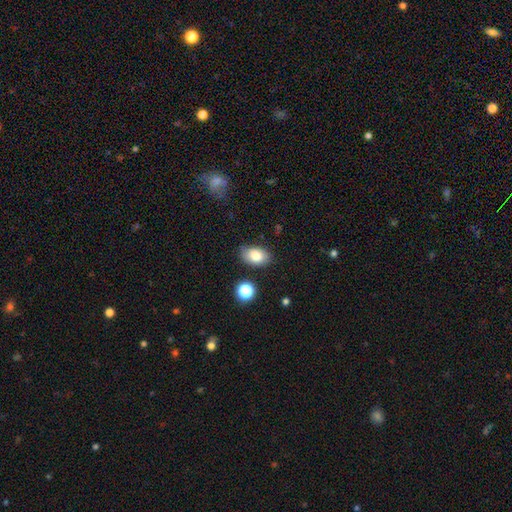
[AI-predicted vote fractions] This is clearly a smooth galaxy (82%). How rounded: clearly in between (89%). Merging: likely none (80%).